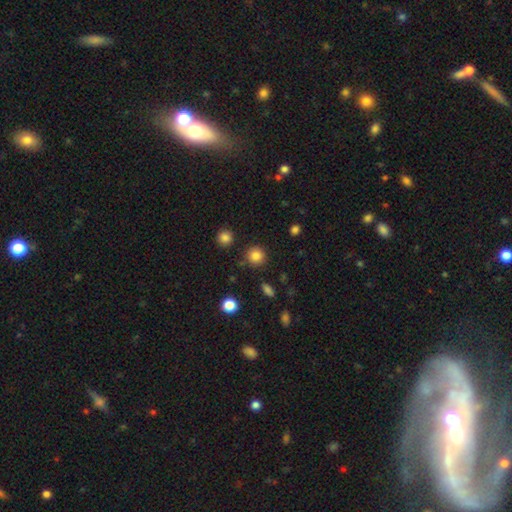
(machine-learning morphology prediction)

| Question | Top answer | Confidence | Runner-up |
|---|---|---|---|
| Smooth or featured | smooth | 84% | star or artifact (11%) |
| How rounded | round | 93% | in between (6%) |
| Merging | none | 88% | minor disturbance (6%) |